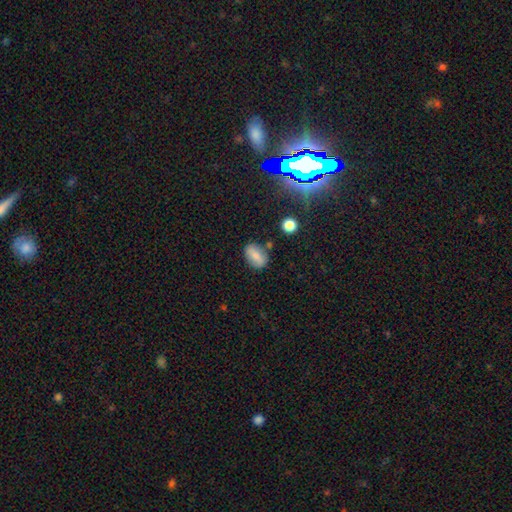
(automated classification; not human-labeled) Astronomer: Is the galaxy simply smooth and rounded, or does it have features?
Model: smooth — 66%.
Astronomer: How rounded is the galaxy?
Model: in between — 82%.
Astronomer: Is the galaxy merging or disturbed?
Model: none — 76%.